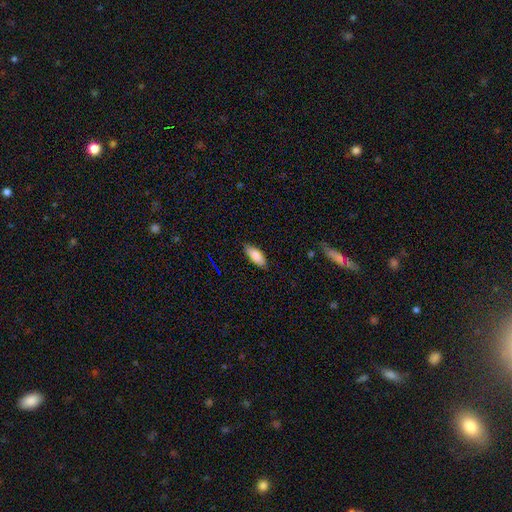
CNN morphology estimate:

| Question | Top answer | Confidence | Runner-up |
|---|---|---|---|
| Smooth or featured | smooth | 86% | featured or disk (7%) |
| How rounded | in between | 84% | cigar-shaped (14%) |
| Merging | none | 81% | minor disturbance (15%) |